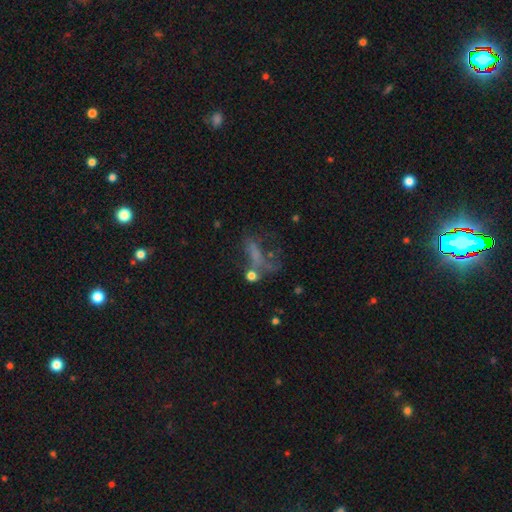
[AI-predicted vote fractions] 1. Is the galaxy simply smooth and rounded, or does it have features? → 37% smooth, 36% featured or disk, 27% star or artifact.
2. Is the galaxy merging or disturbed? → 39% major disturbance, 31% none, 16% minor disturbance, 14% merger.